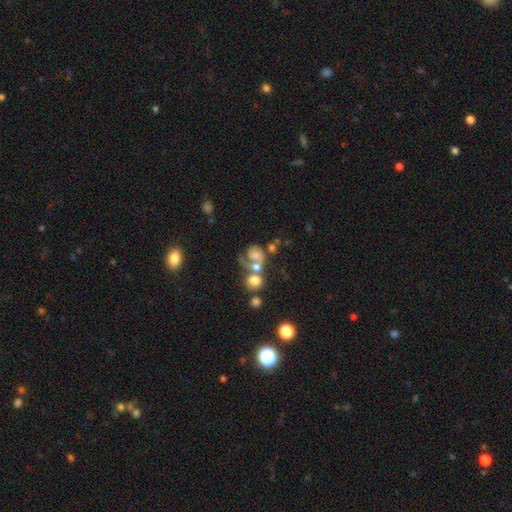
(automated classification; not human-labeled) smooth_or_featured: featured or disk (p=0.50) [alt: smooth p=0.39]
merging: merger (p=0.50) [alt: none p=0.21]